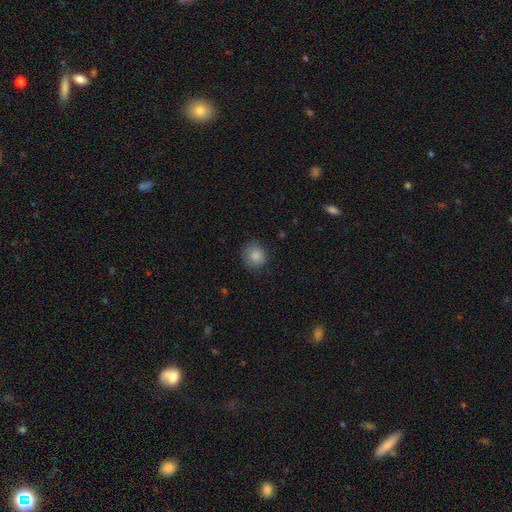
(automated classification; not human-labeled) smooth 85%, star or artifact 9%, featured or disk 5%. Down the decision tree: how rounded — round (86%); merging — none (82%).